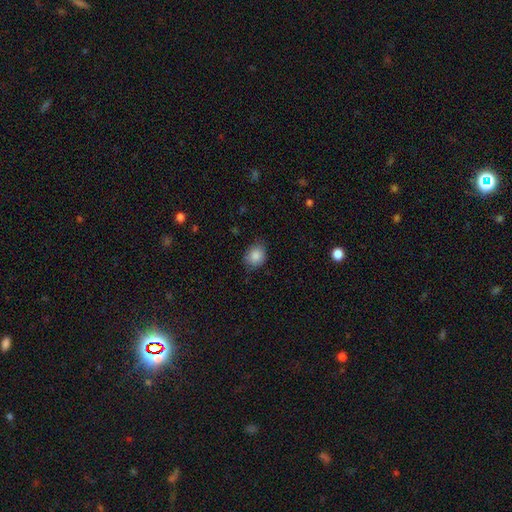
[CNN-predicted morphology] This appears to be a smooth galaxy with no disk features (87%) that is round (55%). Merging: none (75%).